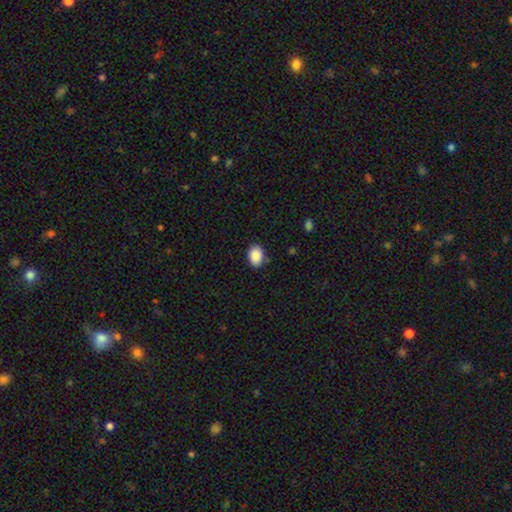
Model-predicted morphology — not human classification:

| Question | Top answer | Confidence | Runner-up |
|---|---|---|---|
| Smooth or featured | smooth | 89% | star or artifact (7%) |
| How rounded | in between | 74% | round (25%) |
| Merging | none | 84% | minor disturbance (12%) |